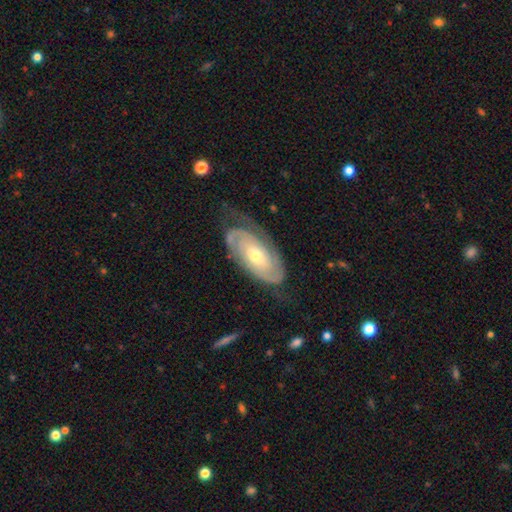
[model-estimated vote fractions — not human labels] Overall: featured or disk (83%). Edge-on disk: no (94%). Bar: no (63%; weak 28%). Spiral arms: yes (95%). Spiral arm count: 2 (68%). Spiral winding: tight (69%). Bulge size: moderate (58%; small 36%). Merging: none (70%).